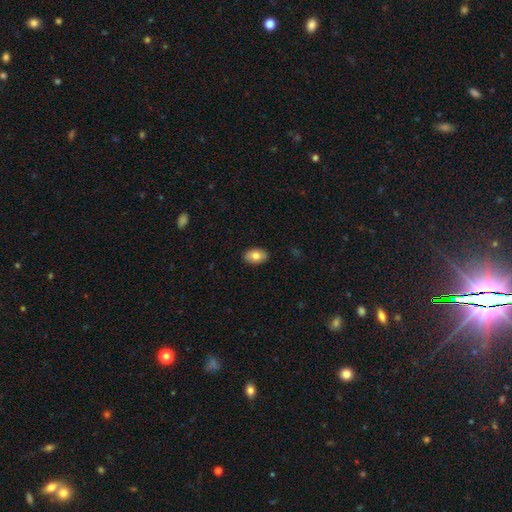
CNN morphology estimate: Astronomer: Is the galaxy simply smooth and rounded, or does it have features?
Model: smooth — 79%.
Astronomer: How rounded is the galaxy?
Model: in between — 91%.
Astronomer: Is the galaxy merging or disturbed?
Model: none — 89%.